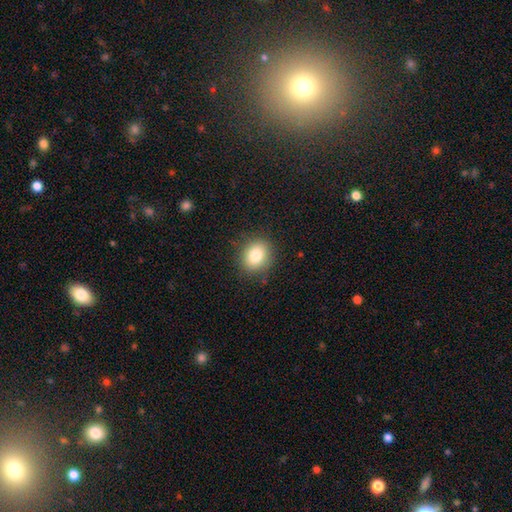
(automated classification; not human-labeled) smooth_or_featured: smooth (p=0.81) [alt: star or artifact p=0.11]
how_rounded: round (p=0.70) [alt: in between p=0.29]
merging: none (p=0.87) [alt: minor disturbance p=0.09]